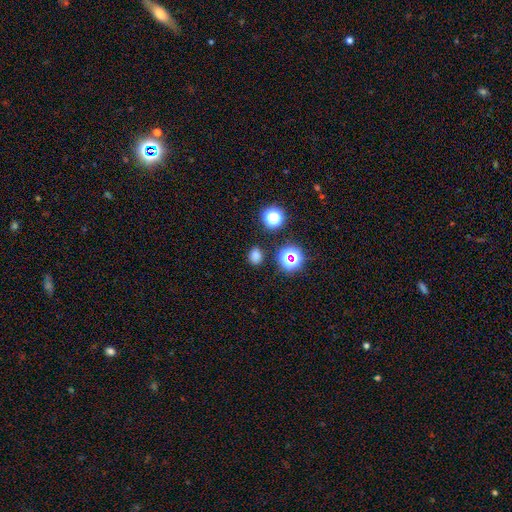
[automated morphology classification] smooth-or-featured: smooth: 74% | star or artifact: 22% | featured or disk: 5%
  how-rounded: round: 62% | in between: 37% | cigar-shaped: 1%
  merging: none: 86% | minor disturbance: 9% | major disturbance: 3% | merger: 3%